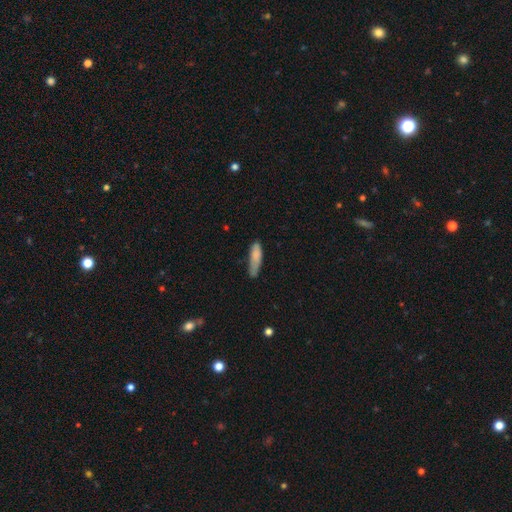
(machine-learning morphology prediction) Smooth or featured?
  - smooth: 78% *
  - featured or disk: 14%
  - star or artifact: 7%
How rounded?
  - cigar-shaped: 59% *
  - in between: 39%
  - round: 2%
Merging?
  - none: 49% *
  - minor disturbance: 35%
  - major disturbance: 12%
  - merger: 4%